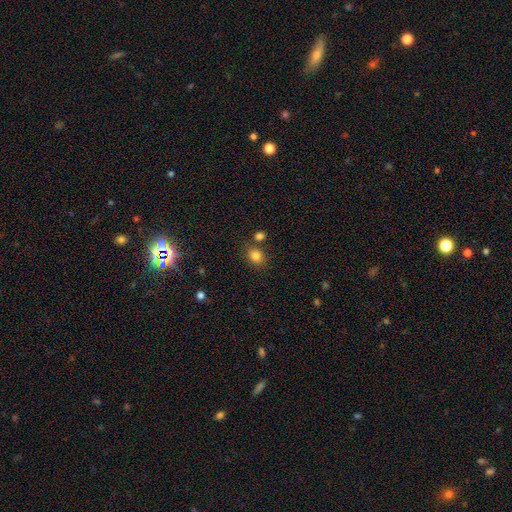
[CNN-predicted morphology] Overall: smooth (83%). How rounded: round (58%; in between 41%). Merging: none (71%).